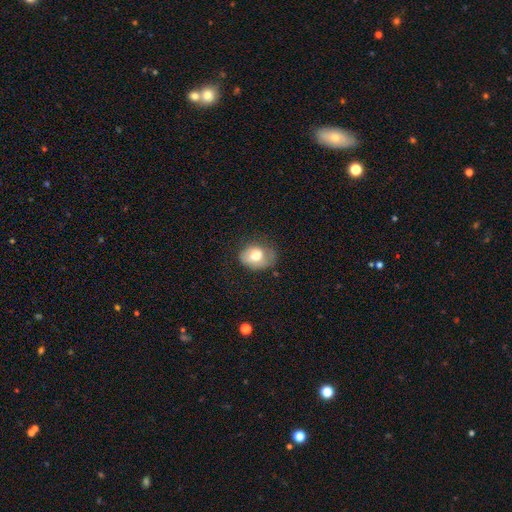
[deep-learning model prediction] Morphology: type=smooth (71%); roundness=in between (64%); merging=none (42%).